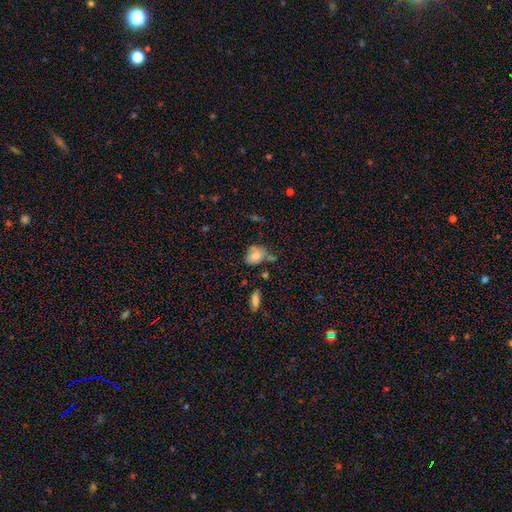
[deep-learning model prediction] Smooth or featured: smooth — 76% (featured or disk — 15%)
How rounded: in between — 59% (round — 39%)
Merging: none — 49% (minor disturbance — 31%)